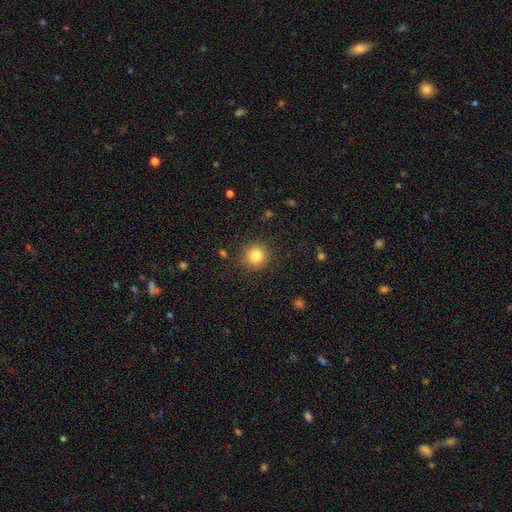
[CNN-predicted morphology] Q: Smooth or featured?
A: smooth (82%); runner-up: star or artifact (11%)
Q: How rounded?
A: round (94%); runner-up: in between (6%)
Q: Merging?
A: none (88%); runner-up: minor disturbance (8%)